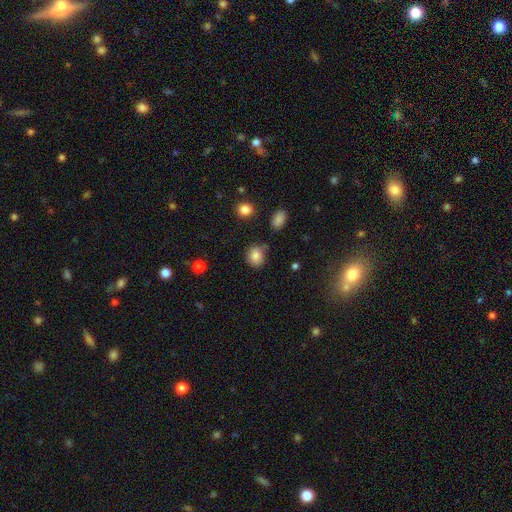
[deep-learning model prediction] A smooth galaxy with no disk features (84%) that is round (65%). Merging: none (72%).